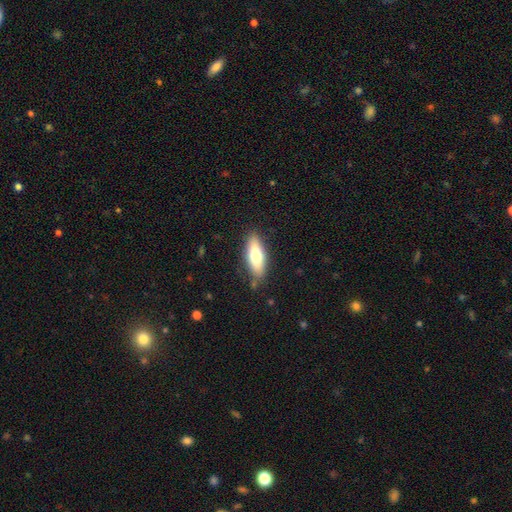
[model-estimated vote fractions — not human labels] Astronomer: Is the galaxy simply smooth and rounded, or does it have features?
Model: smooth — 69%.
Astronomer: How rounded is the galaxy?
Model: in between — 63%.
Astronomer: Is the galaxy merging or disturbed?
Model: none — 83%.